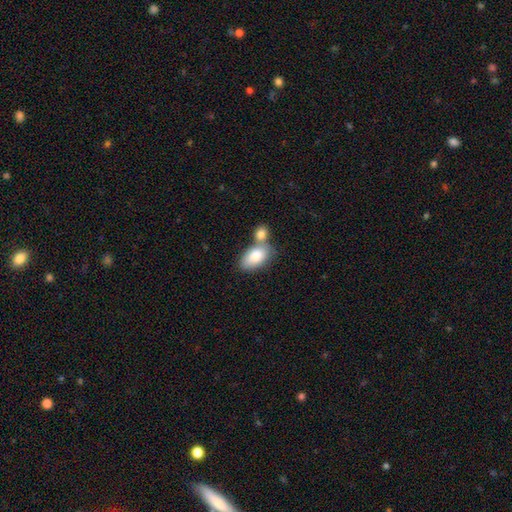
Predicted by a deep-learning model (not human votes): smooth 82%, featured or disk 12%, star or artifact 6%. Down the decision tree: how rounded — in between (92%); merging — merger (48%).